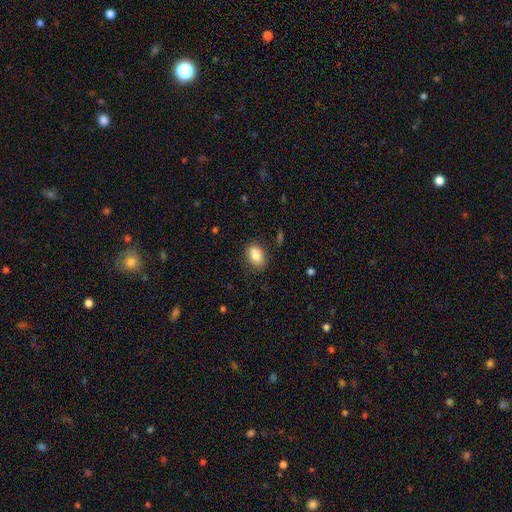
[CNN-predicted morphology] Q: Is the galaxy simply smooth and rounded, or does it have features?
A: smooth — 83%.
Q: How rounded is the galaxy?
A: in between — 86%.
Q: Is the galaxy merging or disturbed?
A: none — 82%.